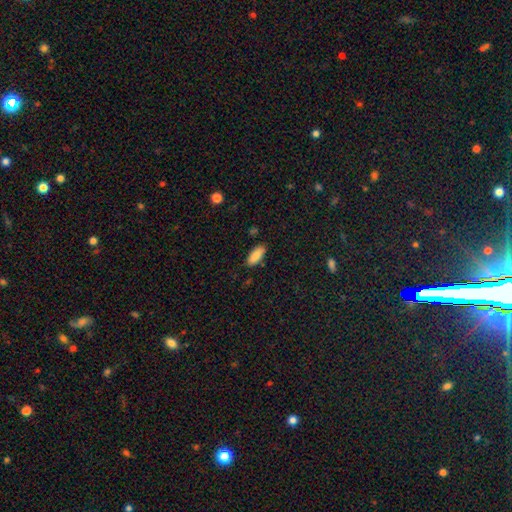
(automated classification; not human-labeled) smooth 89%, star or artifact 7%, featured or disk 4%. Down the decision tree: how rounded — in between (79%); merging — none (86%).